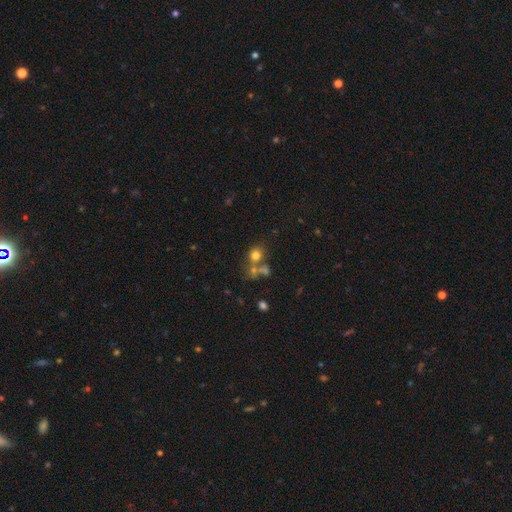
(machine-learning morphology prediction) Smooth or featured?
  - smooth: 70% *
  - star or artifact: 18%
  - featured or disk: 12%
How rounded?
  - round: 77% *
  - in between: 22%
  - cigar-shaped: 1%
Merging?
  - none: 52% *
  - merger: 33%
  - minor disturbance: 10%
  - major disturbance: 6%